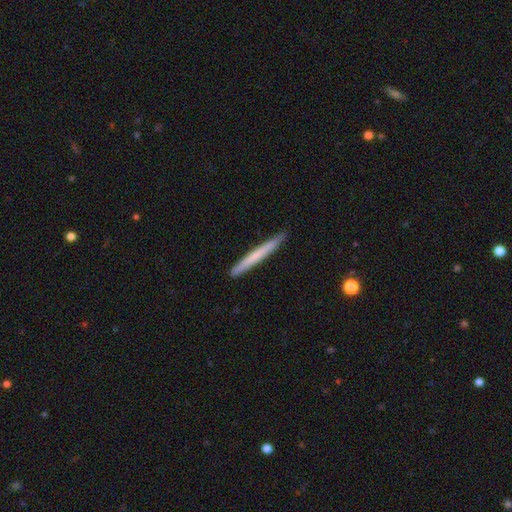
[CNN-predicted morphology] A smooth galaxy with no disk features (61%) that is cigar-shaped (97%). Merging: none (90%).